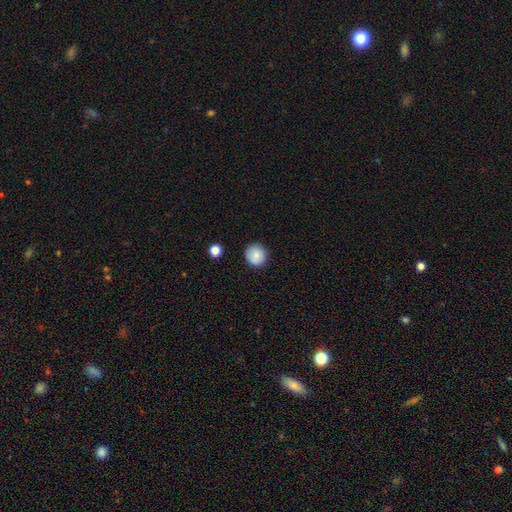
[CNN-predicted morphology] This is clearly a smooth galaxy (84%). How rounded: clearly round (92%). Merging: clearly none (88%).